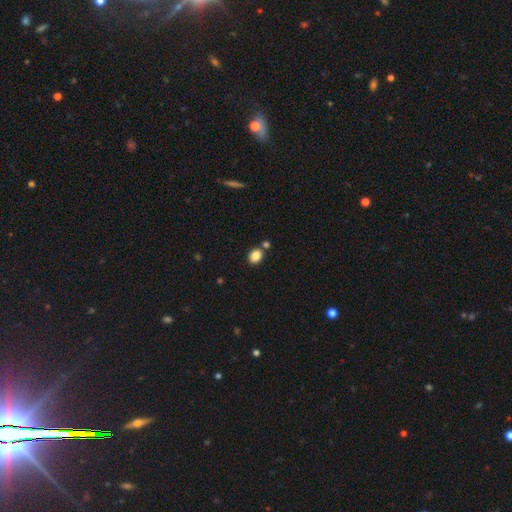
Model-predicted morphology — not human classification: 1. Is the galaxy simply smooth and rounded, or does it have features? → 85% smooth, 10% star or artifact, 5% featured or disk.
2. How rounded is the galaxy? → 50% round, 49% in between, 1% cigar-shaped.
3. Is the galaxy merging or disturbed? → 77% none, 11% merger, 10% minor disturbance, 3% major disturbance.